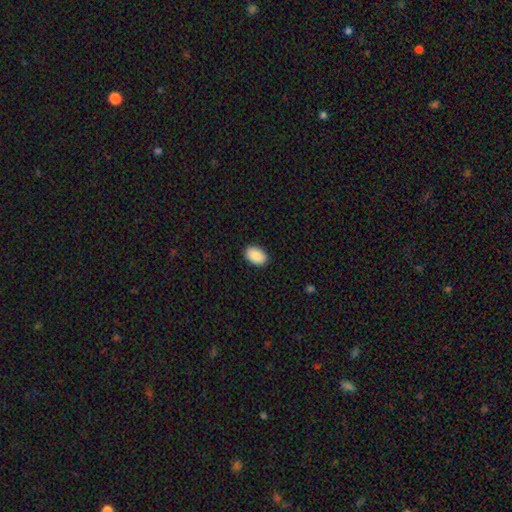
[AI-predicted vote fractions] smooth_or_featured: smooth (p=0.90) [alt: star or artifact p=0.06]
how_rounded: in between (p=0.91) [alt: round p=0.08]
merging: none (p=0.90) [alt: minor disturbance p=0.08]